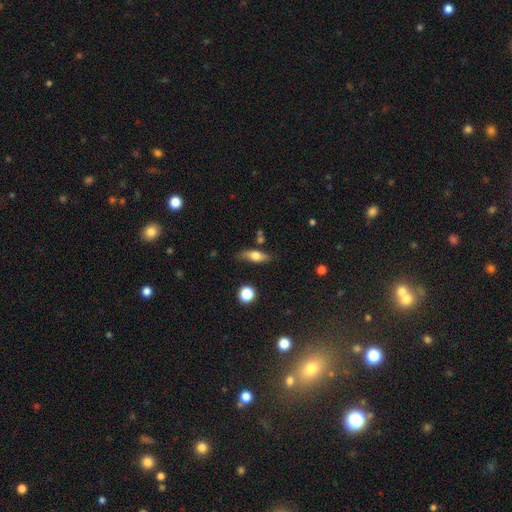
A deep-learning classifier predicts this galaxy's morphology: A smooth galaxy with no disk features (62%) that is in between round and cigar-shaped (62%).

Vote fractions:
- Smooth or featured? smooth: 62% / featured or disk: 31% / star or artifact: 8%
- How rounded? in between: 62% / cigar-shaped: 33% / round: 6%
- Merging? none: 71% / minor disturbance: 18% / merger: 5% / major disturbance: 5%